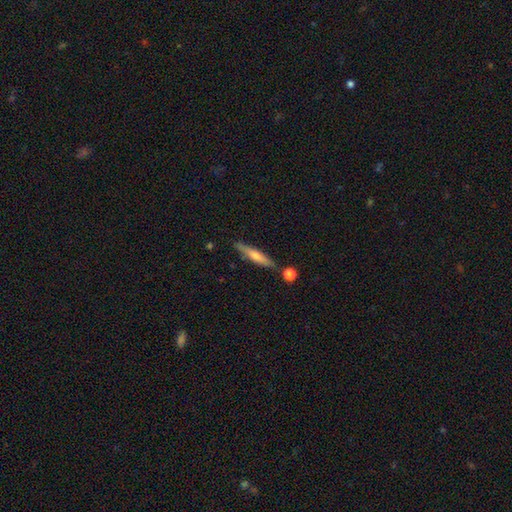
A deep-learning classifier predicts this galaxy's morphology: type=featured or disk (51%); edge-on=yes (93%); merging=none (83%).